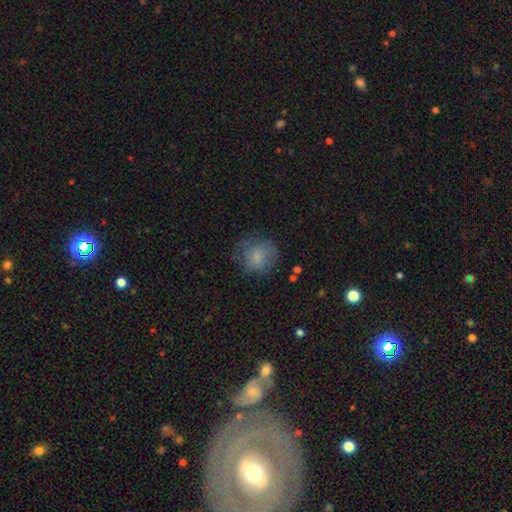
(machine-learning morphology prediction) smooth 74%, featured or disk 15%, star or artifact 11%. Down the decision tree: how rounded — round (84%); merging — none (71%).